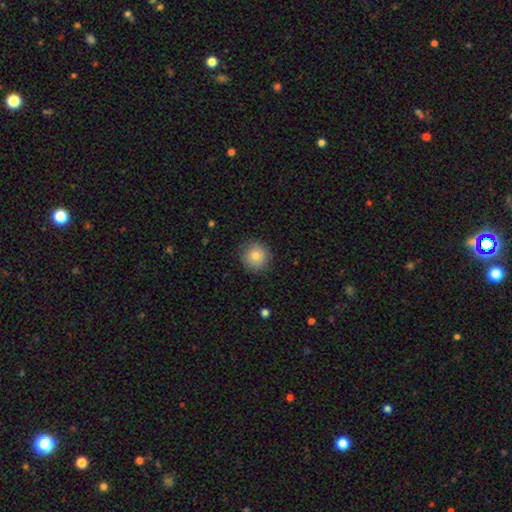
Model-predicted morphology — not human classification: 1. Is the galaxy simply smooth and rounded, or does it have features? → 78% smooth, 13% featured or disk, 9% star or artifact.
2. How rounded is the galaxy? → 93% round, 6% in between, 1% cigar-shaped.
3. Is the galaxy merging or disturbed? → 84% none, 12% minor disturbance, 3% major disturbance, 1% merger.